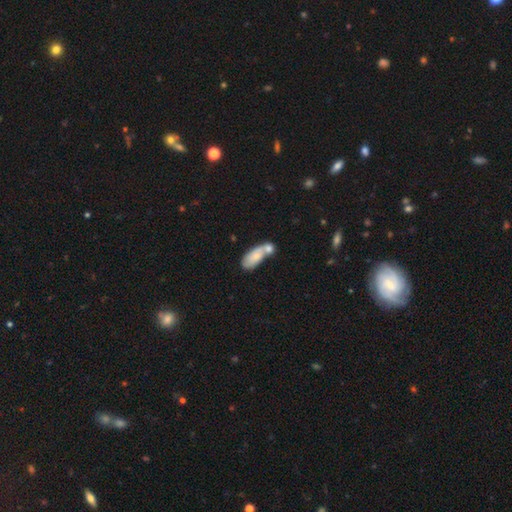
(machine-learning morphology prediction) smooth-or-featured: smooth: 71% | featured or disk: 23% | star or artifact: 7%
  how-rounded: in between: 82% | cigar-shaped: 15% | round: 3%
  merging: merger: 54% | none: 26% | minor disturbance: 14% | major disturbance: 6%